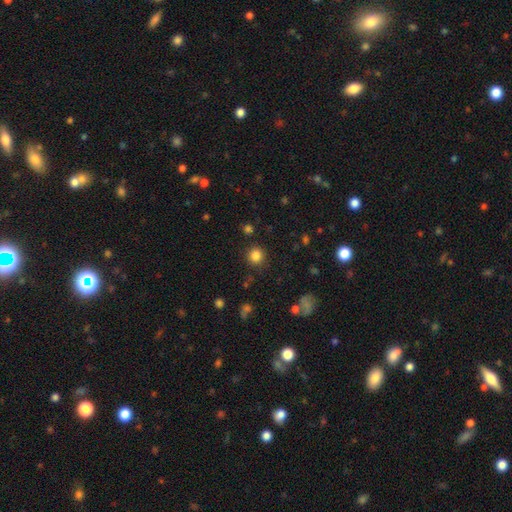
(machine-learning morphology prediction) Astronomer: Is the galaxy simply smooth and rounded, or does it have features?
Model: smooth — 84%.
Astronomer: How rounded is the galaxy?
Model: round — 90%.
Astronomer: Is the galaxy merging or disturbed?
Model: none — 88%.